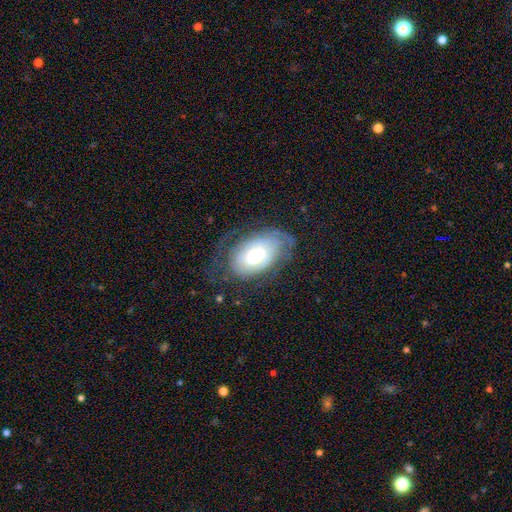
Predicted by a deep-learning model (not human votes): A featured or disk galaxy (62%) with no bar (63%), spiral arms (81%) and a moderate central bulge (47%).

Vote fractions:
- Smooth or featured? featured or disk: 62% / smooth: 31% / star or artifact: 7%
- Edge-on disk? no: 94% / yes: 6%
- Bar? no: 63% / weak: 30% / strong: 7%
- Spiral arms? yes: 81% / no: 19%
- Bulge size? moderate: 47% / large: 25% / small: 21% / dominant: 5% / none: 2%
- Merging? none: 52% / minor disturbance: 23% / major disturbance: 23% / merger: 2%